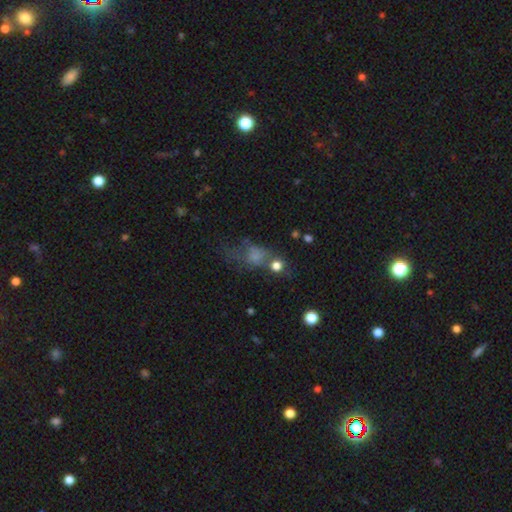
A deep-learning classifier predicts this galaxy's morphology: type=smooth (47%); merging=none (43%).